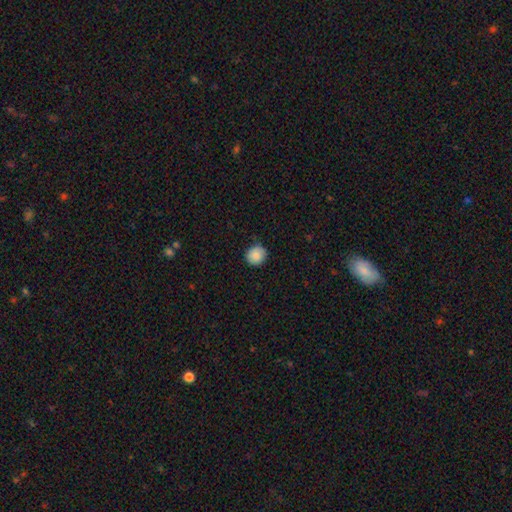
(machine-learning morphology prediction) Smooth or featured?
  - smooth: 87% *
  - star or artifact: 8%
  - featured or disk: 5%
How rounded?
  - round: 88% *
  - in between: 11%
  - cigar-shaped: 1%
Merging?
  - none: 81% *
  - minor disturbance: 15%
  - major disturbance: 2%
  - merger: 1%